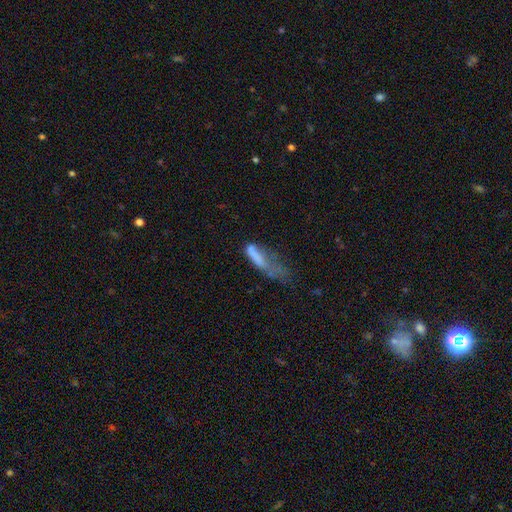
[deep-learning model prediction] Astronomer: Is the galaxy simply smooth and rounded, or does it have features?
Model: smooth — 64%.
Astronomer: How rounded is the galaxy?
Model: cigar-shaped — 52% (runner-up: in between, 44%).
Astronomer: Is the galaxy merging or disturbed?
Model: major disturbance — 54%.